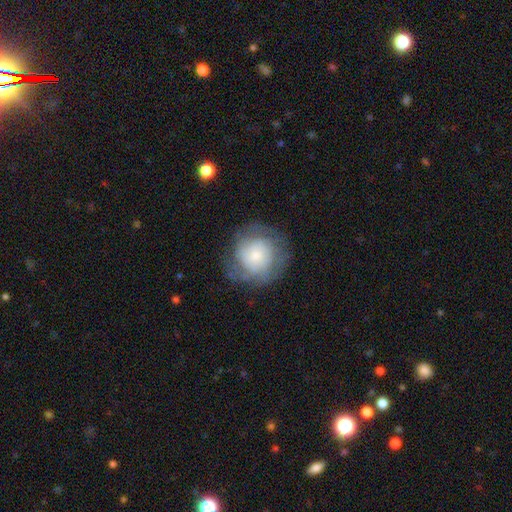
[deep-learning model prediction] smooth-or-featured: smooth: 52% | featured or disk: 40% | star or artifact: 8%
  how-rounded: round: 90% | in between: 9% | cigar-shaped: 1%
  merging: none: 70% | minor disturbance: 18% | major disturbance: 11% | merger: 1%